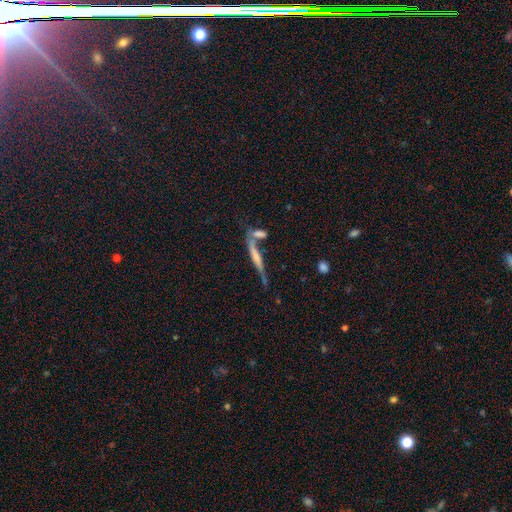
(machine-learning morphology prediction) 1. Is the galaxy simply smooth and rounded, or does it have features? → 46% featured or disk, 45% smooth, 9% star or artifact.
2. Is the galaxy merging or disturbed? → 44% none, 33% merger, 15% minor disturbance, 8% major disturbance.